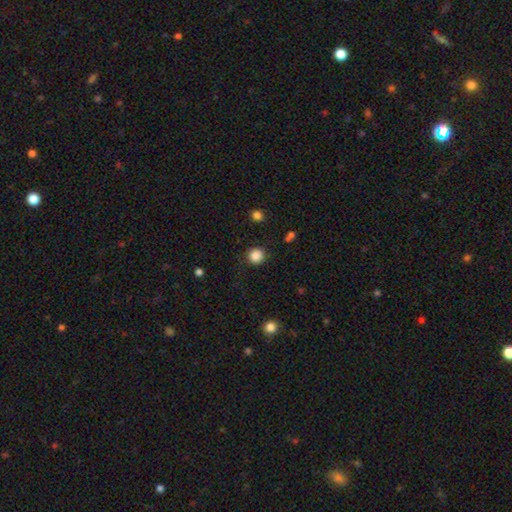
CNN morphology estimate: A smooth galaxy with no disk features (86%) that is round (93%). Merging: none (88%).